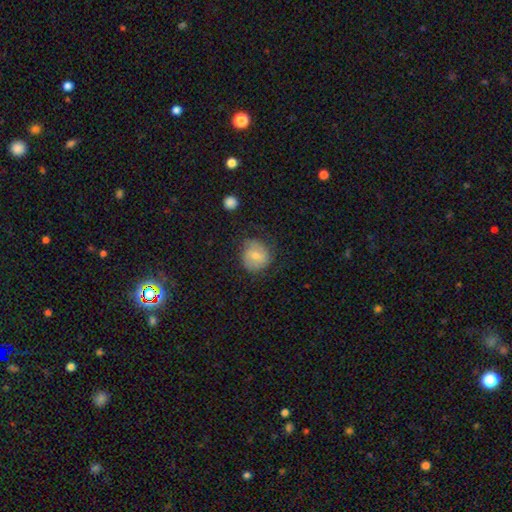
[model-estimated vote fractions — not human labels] smooth_or_featured: smooth (p=0.73) [alt: featured or disk p=0.20]
how_rounded: round (p=0.84) [alt: in between p=0.15]
merging: none (p=0.67) [alt: minor disturbance p=0.24]